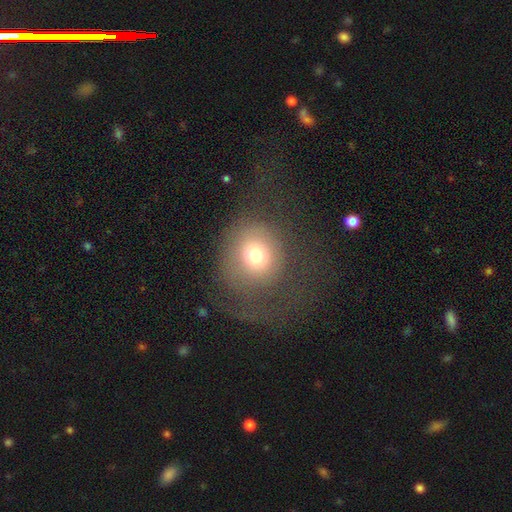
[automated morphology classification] The model was most divided on "merging": none: 46%, major disturbance: 38%, minor disturbance: 14%, merger: 2%. More confident: how rounded — round (85%); smooth or featured — smooth (69%).